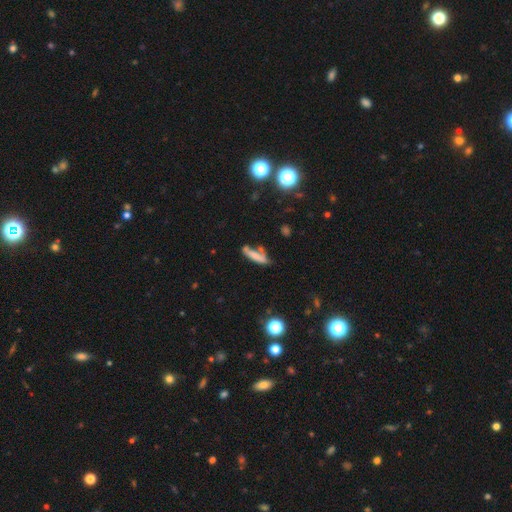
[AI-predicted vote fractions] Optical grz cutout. It shows a smooth galaxy with no disk features (72%) that is cigar-shaped (69%). Merging: none (52%).